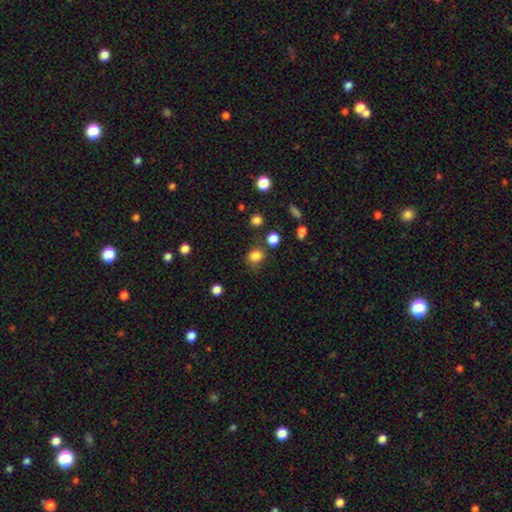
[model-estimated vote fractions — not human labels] Smooth or featured?
  - smooth: 82% *
  - star or artifact: 13%
  - featured or disk: 5%
How rounded?
  - round: 75% *
  - in between: 24%
  - cigar-shaped: 1%
Merging?
  - none: 71% *
  - minor disturbance: 17%
  - major disturbance: 6%
  - merger: 6%